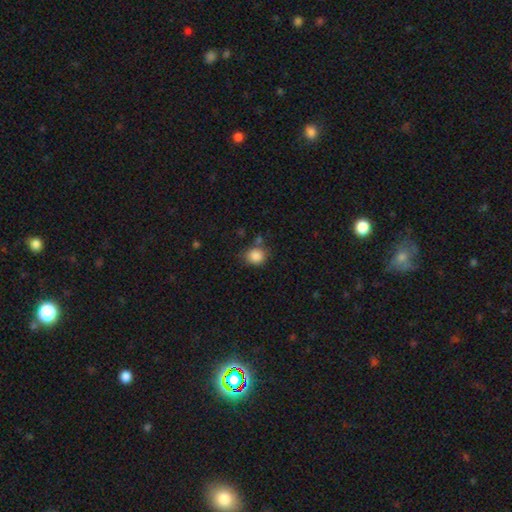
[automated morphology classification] A smooth galaxy with no disk features (86%) that is round (77%). Merging: none (70%).